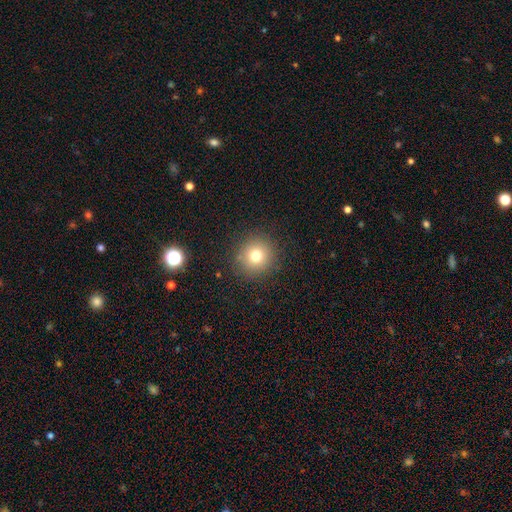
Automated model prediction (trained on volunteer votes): Q: Smooth or featured?
A: smooth (76%); runner-up: star or artifact (14%)
Q: How rounded?
A: round (93%); runner-up: in between (6%)
Q: Merging?
A: none (88%); runner-up: minor disturbance (8%)